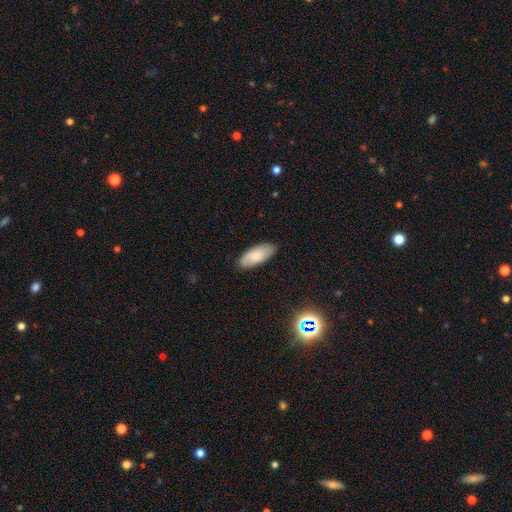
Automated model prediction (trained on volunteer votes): This appears to be a smooth galaxy with no disk features (76%) that is in between round and cigar-shaped (86%). Merging: none (84%).